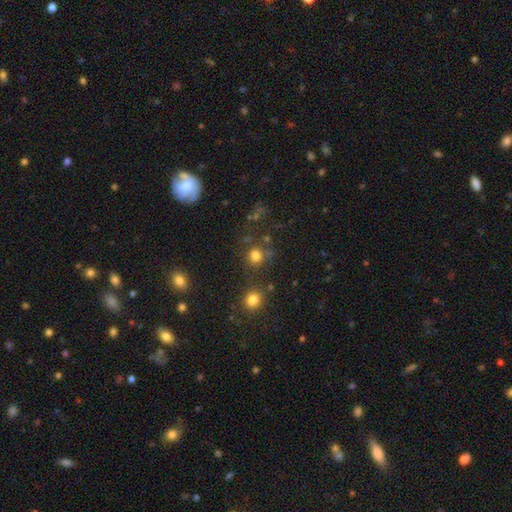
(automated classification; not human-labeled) smooth_or_featured: smooth (p=0.77) [alt: star or artifact p=0.17]
how_rounded: round (p=0.85) [alt: in between p=0.14]
merging: none (p=0.71) [alt: merger p=0.12]